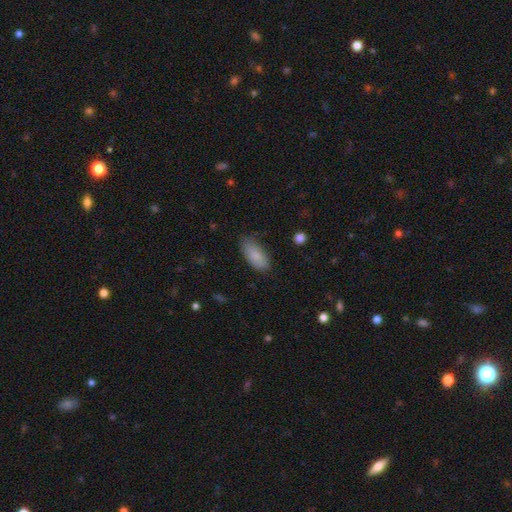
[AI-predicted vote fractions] The model was most divided on "merging": none: 72%, minor disturbance: 22%, major disturbance: 4%, merger: 1%. More confident: how rounded — in between (90%); smooth or featured — smooth (85%).